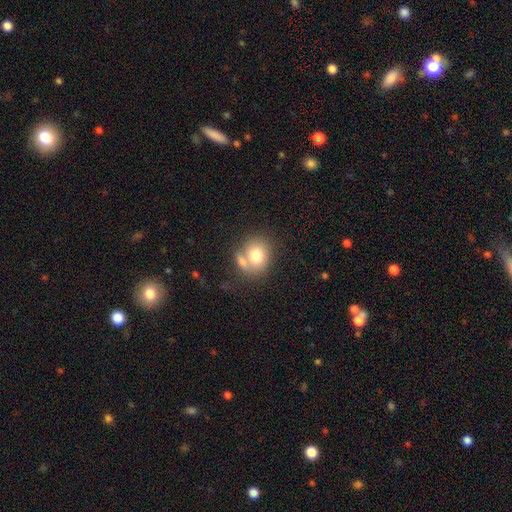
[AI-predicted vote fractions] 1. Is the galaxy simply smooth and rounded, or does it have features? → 76% smooth, 16% featured or disk, 8% star or artifact.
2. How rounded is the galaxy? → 66% round, 33% in between, 1% cigar-shaped.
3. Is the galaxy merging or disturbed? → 45% none, 36% merger, 13% minor disturbance, 6% major disturbance.